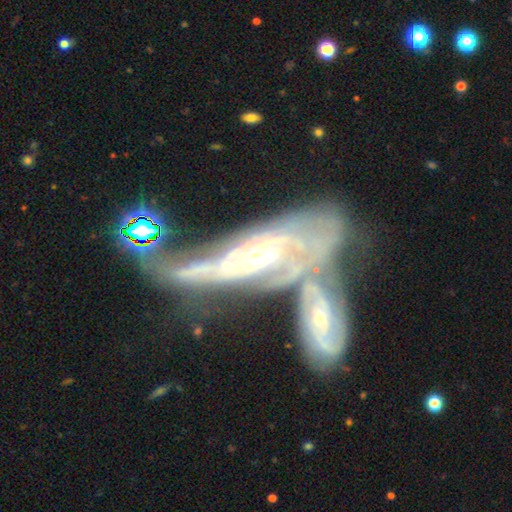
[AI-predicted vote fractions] This is clearly a featured or disk galaxy (84%). It is clearly not viewed edge-on (85%). Bar: possibly no (59%). Spiral arm pattern: clearly yes (90%). Spiral arm count: possibly can't tell (45%). Spiral winding: possibly tight (53%). Central bulge: possibly small (60%). Merging: likely merger (64%).